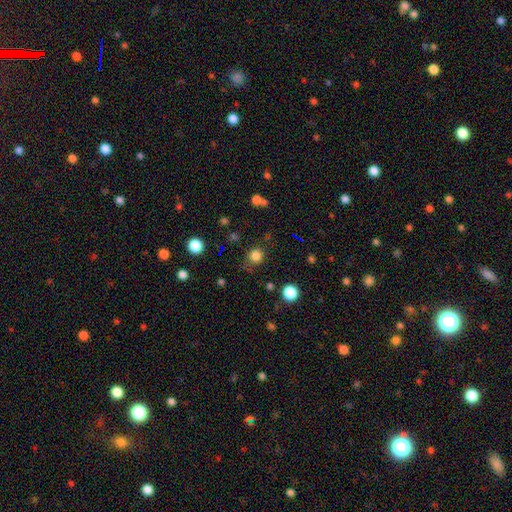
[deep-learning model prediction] Morphology: type=smooth (82%); roundness=round (87%); merging=none (81%).